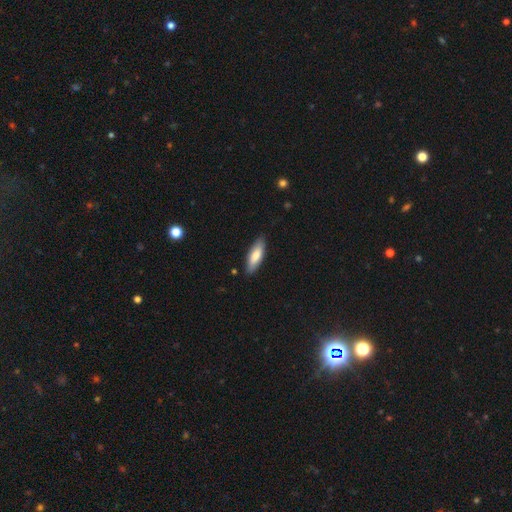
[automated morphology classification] A smooth galaxy with no disk features (77%) that is in between round and cigar-shaped (58%). Merging: none (85%).